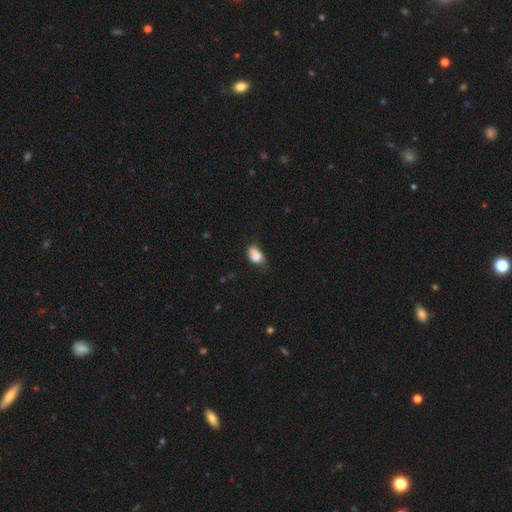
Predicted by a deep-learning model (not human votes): Overall: smooth (80%). How rounded: in between (85%). Merging: none (43%; minor disturbance 36%).